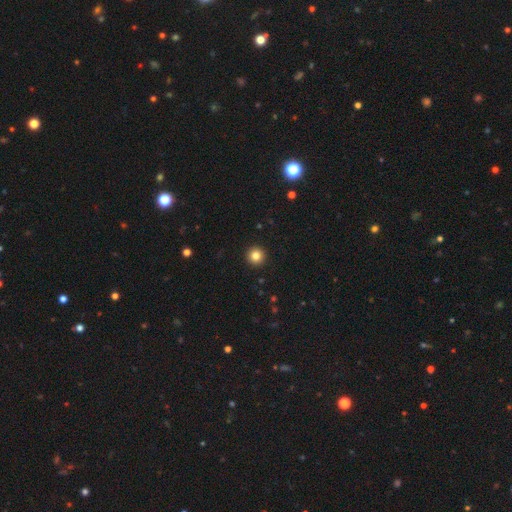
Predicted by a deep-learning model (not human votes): Morphology: type=smooth (84%); roundness=round (96%); merging=none (94%).